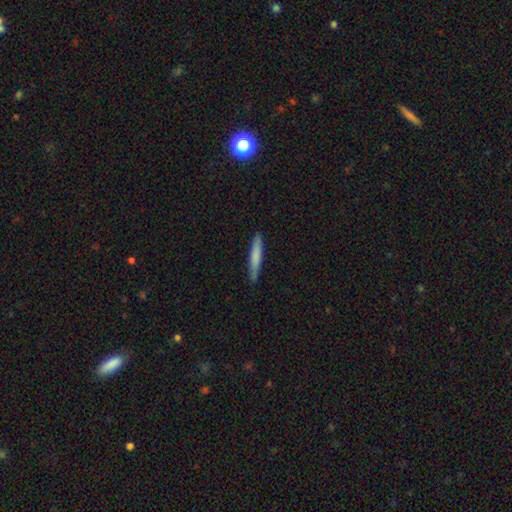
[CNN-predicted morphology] type=smooth (73%); roundness=cigar-shaped (93%); merging=none (87%).